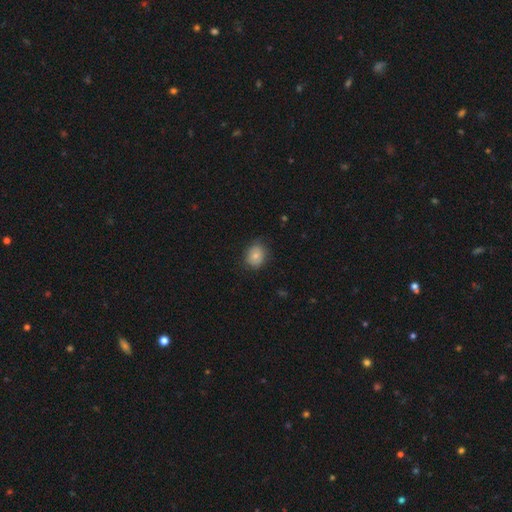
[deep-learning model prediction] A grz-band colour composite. It shows a smooth galaxy with no disk features (77%) that is round (59%). Merging: none (76%).